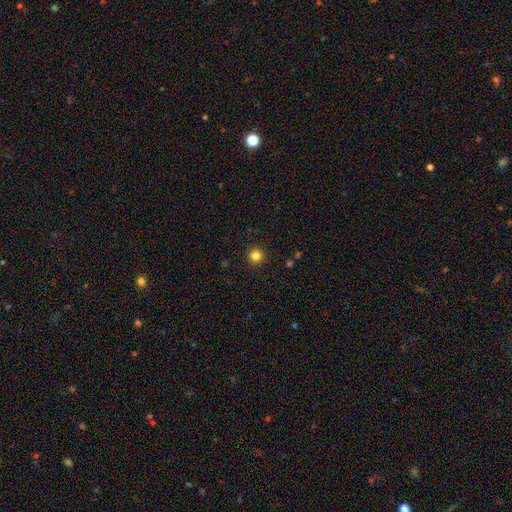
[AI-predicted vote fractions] A smooth galaxy with no disk features (83%) that is round (96%). Merging: none (93%).